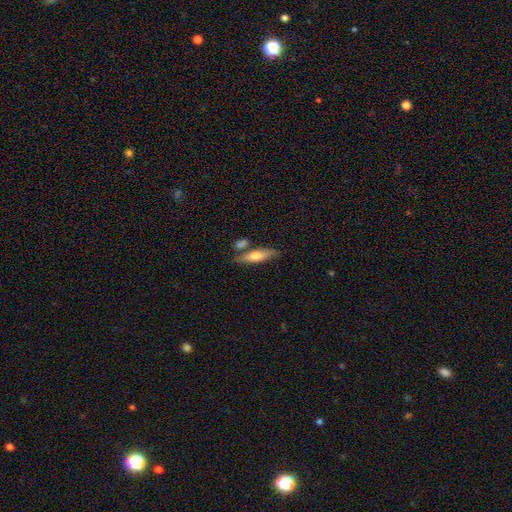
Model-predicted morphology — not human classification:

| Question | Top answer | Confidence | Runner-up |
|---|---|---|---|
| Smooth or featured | smooth | 59% | featured or disk (35%) |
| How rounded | cigar-shaped | 70% | in between (28%) |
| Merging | none | 67% | merger (16%) |